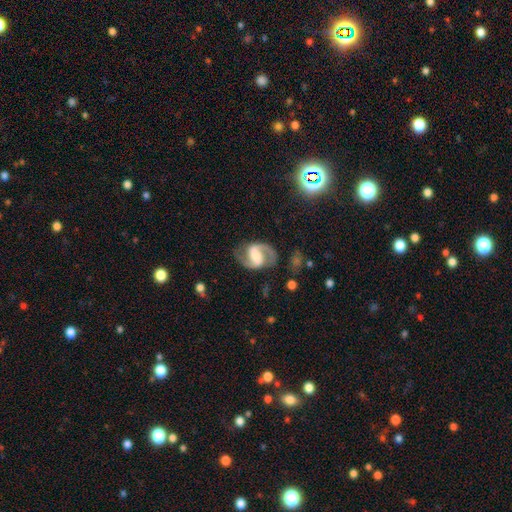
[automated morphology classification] featured or disk 90%, smooth 5%, star or artifact 4%. Down the decision tree: edge-on disk — no (98%); bar — weak (43%); spiral arms — yes (97%); spiral arm count — 2 (94%); spiral winding — medium (60%); bulge size — moderate (45%); merging — none (81%).